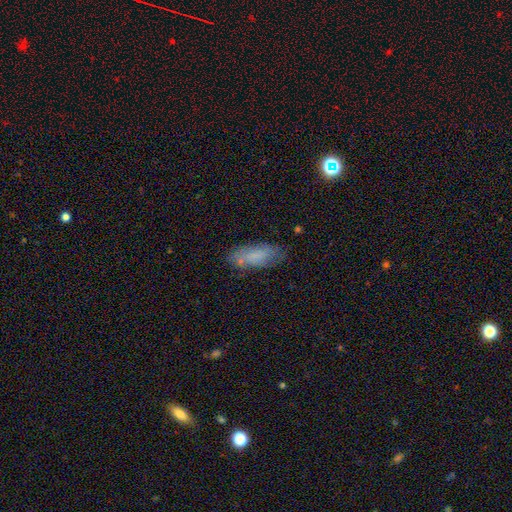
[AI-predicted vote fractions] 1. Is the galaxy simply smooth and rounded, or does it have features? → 71% smooth, 21% featured or disk, 8% star or artifact.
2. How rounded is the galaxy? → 72% in between, 26% cigar-shaped, 2% round.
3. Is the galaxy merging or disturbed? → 70% none, 21% minor disturbance, 6% major disturbance, 3% merger.